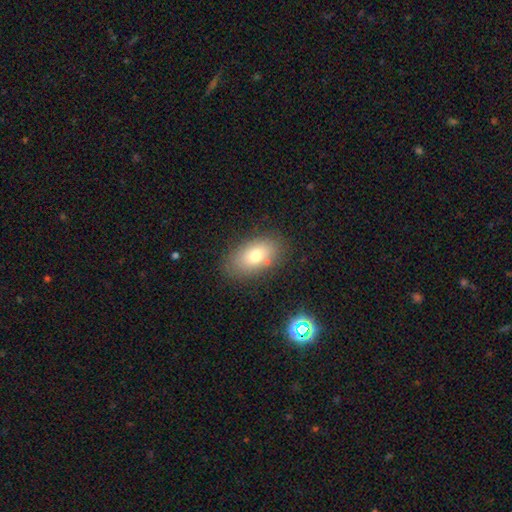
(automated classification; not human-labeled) smooth-or-featured: smooth: 73% | featured or disk: 17% | star or artifact: 10%
  how-rounded: in between: 90% | round: 8% | cigar-shaped: 2%
  merging: none: 80% | minor disturbance: 13% | major disturbance: 4% | merger: 3%